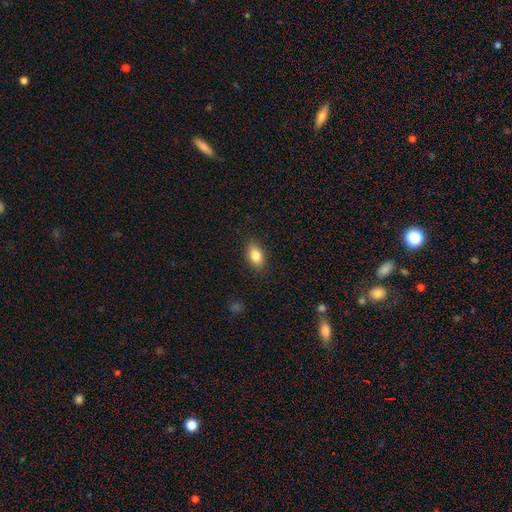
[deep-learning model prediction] Smooth or featured: smooth — 82% (featured or disk — 10%)
How rounded: in between — 88% (round — 9%)
Merging: none — 87% (minor disturbance — 10%)